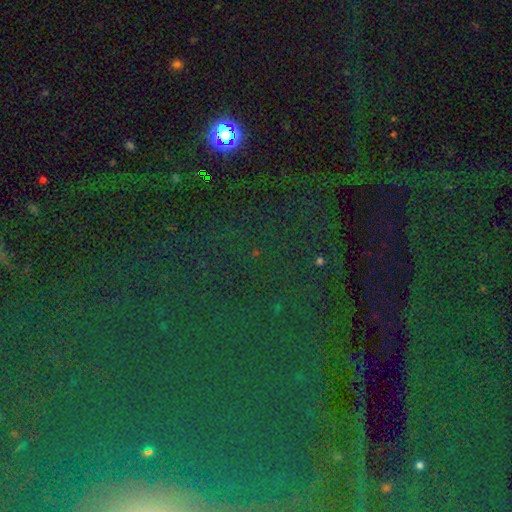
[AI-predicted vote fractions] Morphology: type=star or artifact (80%).